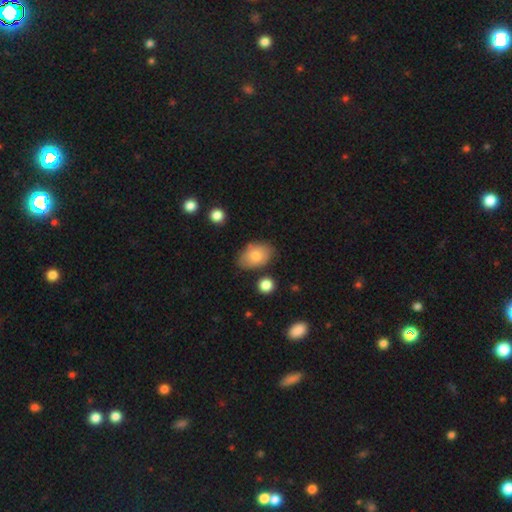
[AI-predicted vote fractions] Smooth or featured: smooth — 79% (featured or disk — 14%)
How rounded: in between — 86% (round — 13%)
Merging: none — 72% (minor disturbance — 19%)